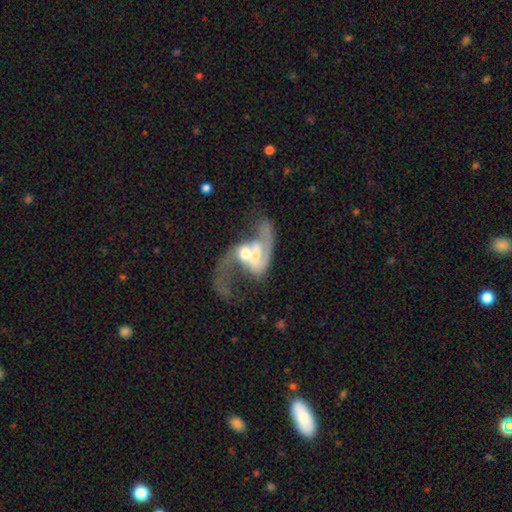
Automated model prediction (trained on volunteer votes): This appears to be a featured or disk galaxy (77%) with no bar (52%), 2 (68%) loose (67%) spiral arms (84%) and a moderate central bulge (56%). Merging: merger (67%).